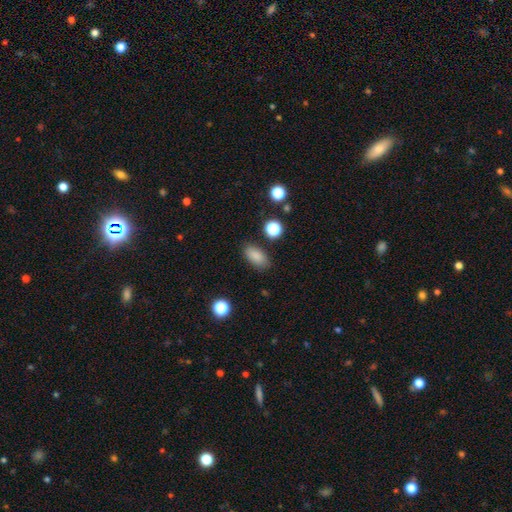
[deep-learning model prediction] Q: Smooth or featured?
A: smooth (85%); runner-up: star or artifact (10%)
Q: How rounded?
A: in between (88%); runner-up: round (6%)
Q: Merging?
A: none (85%); runner-up: minor disturbance (10%)